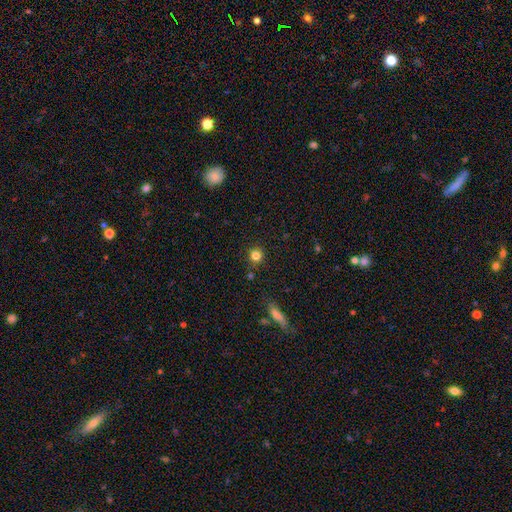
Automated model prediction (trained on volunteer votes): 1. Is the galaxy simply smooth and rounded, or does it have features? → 82% smooth, 13% star or artifact, 5% featured or disk.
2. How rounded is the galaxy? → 92% round, 7% in between, 1% cigar-shaped.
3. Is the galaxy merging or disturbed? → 88% none, 7% minor disturbance, 3% merger, 2% major disturbance.